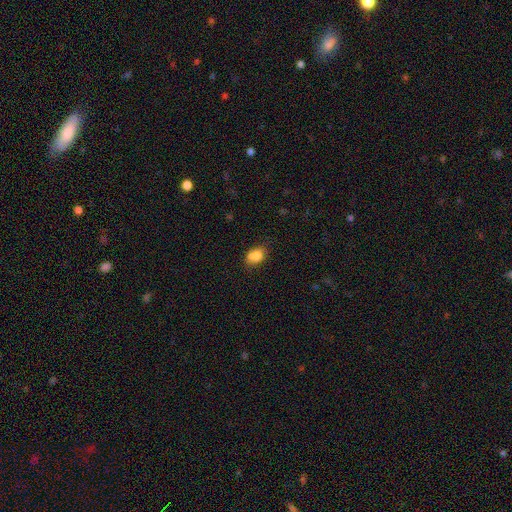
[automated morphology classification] Smooth or featured: smooth — 75% (featured or disk — 15%)
How rounded: in between — 62% (round — 36%)
Merging: merger — 41% (none — 39%)